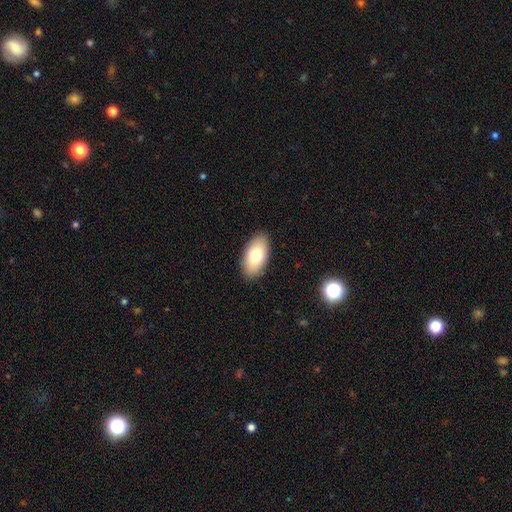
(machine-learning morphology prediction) The model was most divided on "smooth or featured": smooth: 76%, featured or disk: 18%, star or artifact: 7%. More confident: how rounded — in between (94%); merging — none (89%).